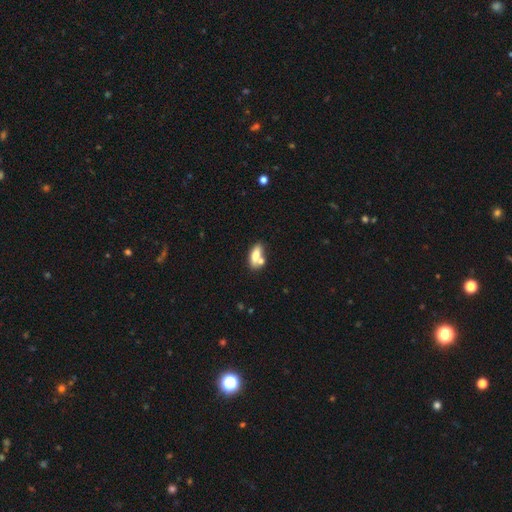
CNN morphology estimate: The model was most divided on "merging": none: 47%, merger: 35%, minor disturbance: 13%, major disturbance: 5%. More confident: how rounded — in between (77%); smooth or featured — smooth (68%).